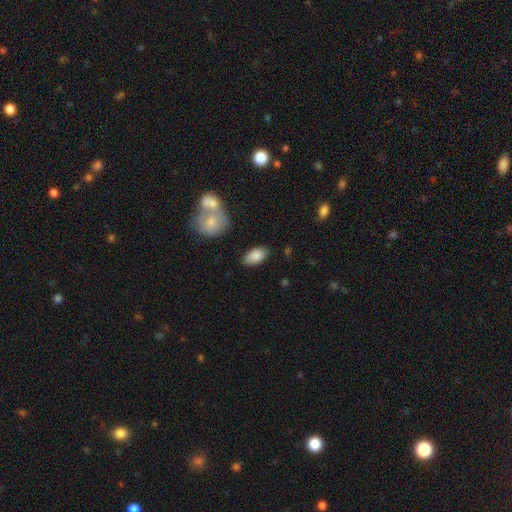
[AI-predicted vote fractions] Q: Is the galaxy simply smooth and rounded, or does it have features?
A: smooth — 85%.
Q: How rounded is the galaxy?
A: in between — 94%.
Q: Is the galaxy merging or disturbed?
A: none — 81%.